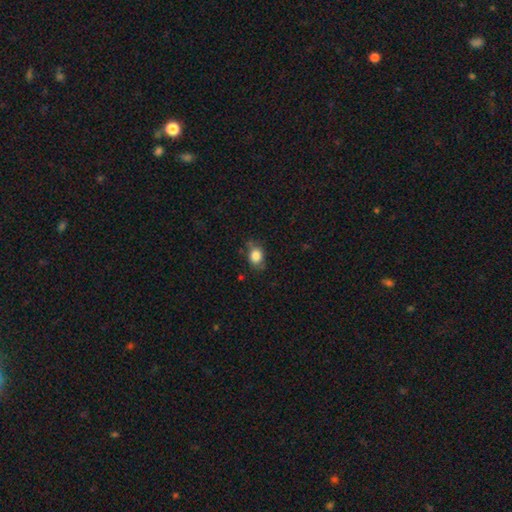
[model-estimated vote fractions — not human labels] This appears to be a smooth galaxy with no disk features (84%) that is in between round and cigar-shaped (60%). Merging: none (68%).